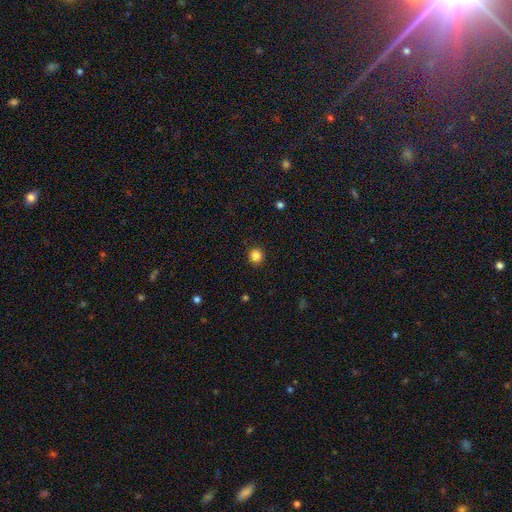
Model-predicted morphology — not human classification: A smooth galaxy with no disk features (85%) that is round (93%).

Vote fractions:
- Smooth or featured? smooth: 85% / star or artifact: 11% / featured or disk: 4%
- How rounded? round: 93% / in between: 6% / cigar-shaped: 1%
- Merging? none: 92% / minor disturbance: 5% / major disturbance: 2% / merger: 1%